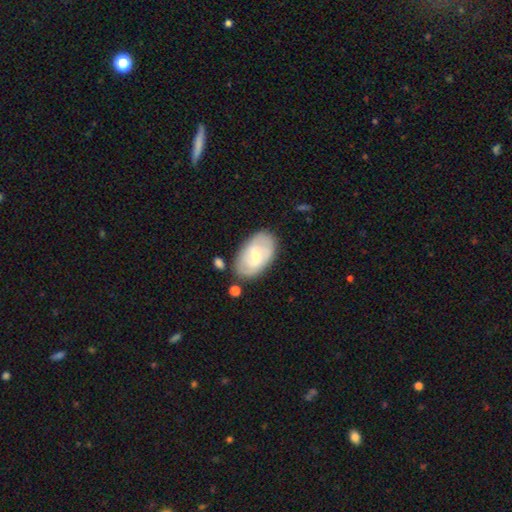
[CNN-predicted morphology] smooth-or-featured: featured or disk: 52% | smooth: 42% | star or artifact: 6%
  disk-edge-on: no: 94% | yes: 6%
  merging: none: 72% | minor disturbance: 18% | major disturbance: 5% | merger: 4%